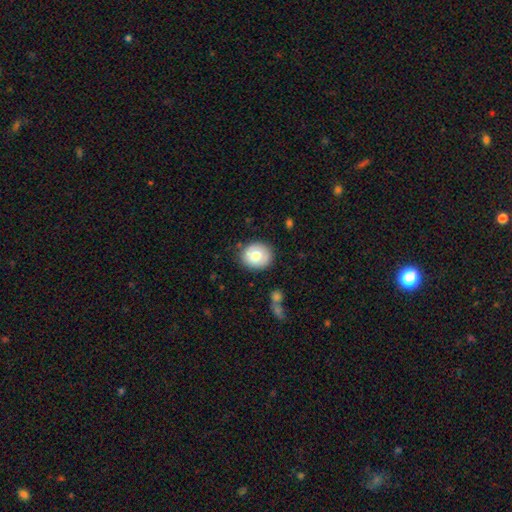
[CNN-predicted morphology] Q: Smooth or featured?
A: smooth (70%); runner-up: featured or disk (22%)
Q: How rounded?
A: round (79%); runner-up: in between (21%)
Q: Merging?
A: none (84%); runner-up: minor disturbance (11%)